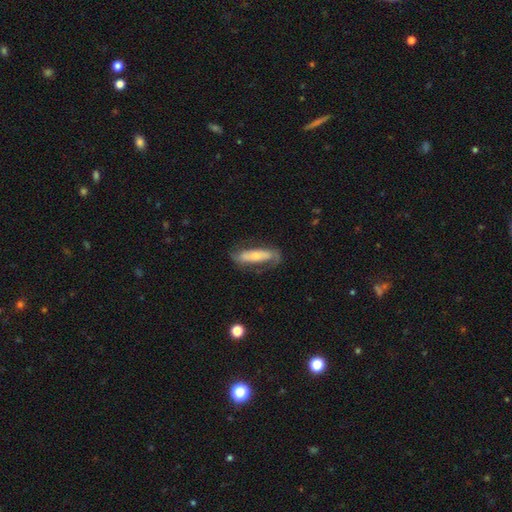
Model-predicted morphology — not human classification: Smooth or featured: featured or disk — 59% (smooth — 35%)
Edge-on disk: no — 73% (yes — 27%)
Merging: none — 67% (minor disturbance — 19%)